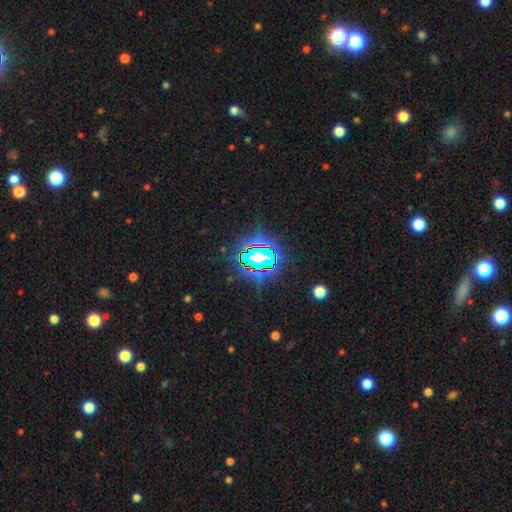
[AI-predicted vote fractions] Smooth or featured: star or artifact — 70% (smooth — 17%)